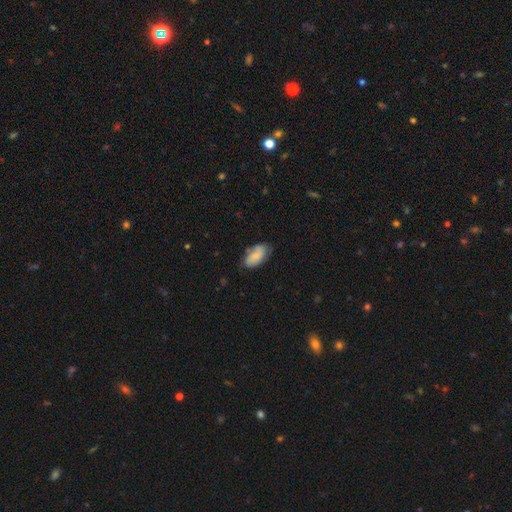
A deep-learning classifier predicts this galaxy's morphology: This is likely a smooth galaxy (72%). How rounded: clearly in between (93%). Merging: likely none (66%).